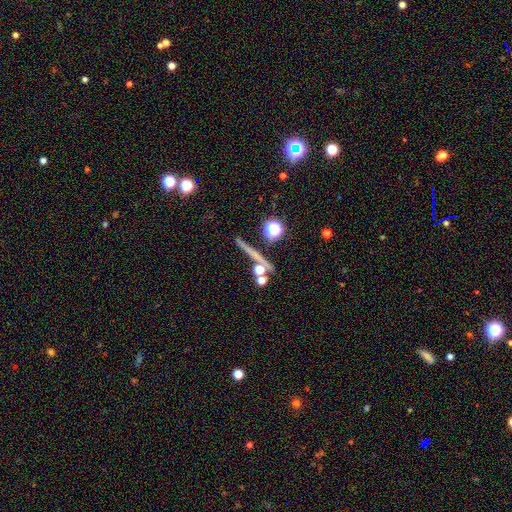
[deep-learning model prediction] smooth-or-featured: featured or disk: 43% | smooth: 34% | star or artifact: 23%
  merging: none: 77% | merger: 10% | minor disturbance: 9% | major disturbance: 4%